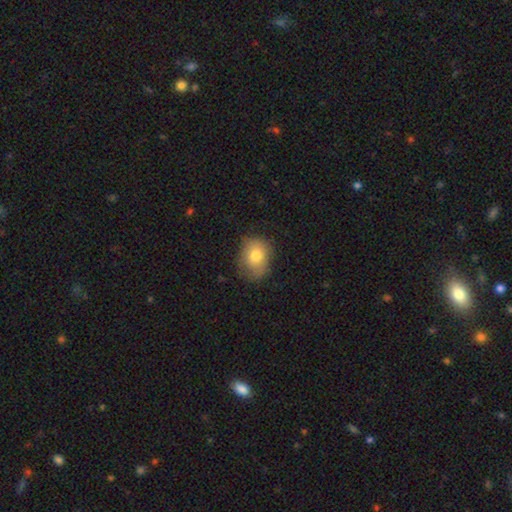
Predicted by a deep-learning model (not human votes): Smooth or featured? Predicted: smooth (p=0.78). How rounded? Predicted: in between (p=0.55). Merging? Predicted: none (p=0.66).